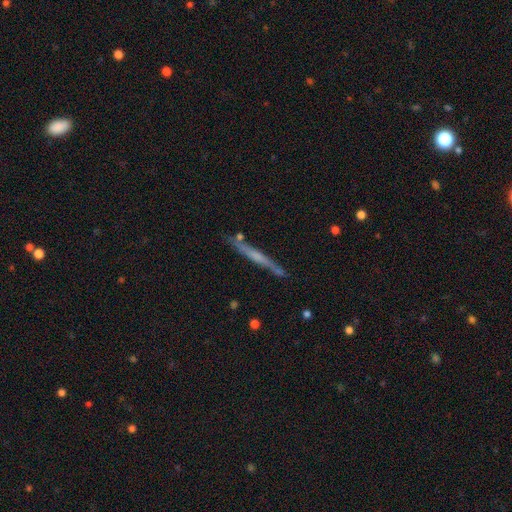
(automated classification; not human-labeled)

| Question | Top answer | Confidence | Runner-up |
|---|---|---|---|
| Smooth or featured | featured or disk | 58% | smooth (36%) |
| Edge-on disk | yes | 95% | no (5%) |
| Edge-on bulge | none | 59% | rounded (26%) |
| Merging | none | 79% | minor disturbance (14%) |